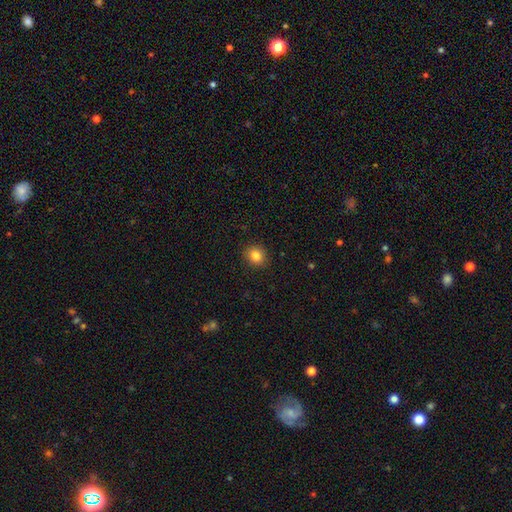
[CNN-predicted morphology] This is clearly a smooth galaxy (84%). How rounded: likely round (80%). Merging: clearly none (90%).